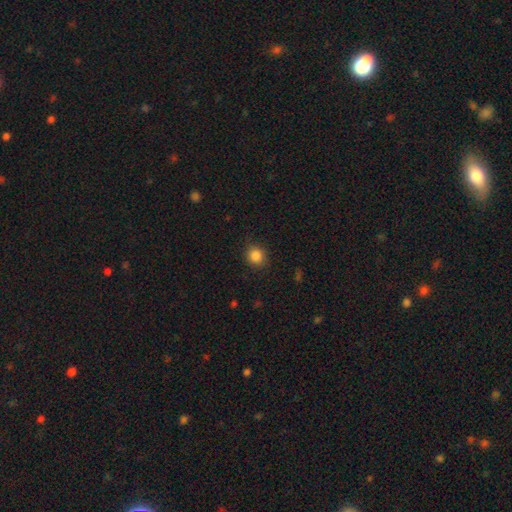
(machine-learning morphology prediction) smooth_or_featured: smooth (p=0.86) [alt: star or artifact p=0.10]
how_rounded: round (p=0.81) [alt: in between p=0.18]
merging: none (p=0.86) [alt: minor disturbance p=0.10]